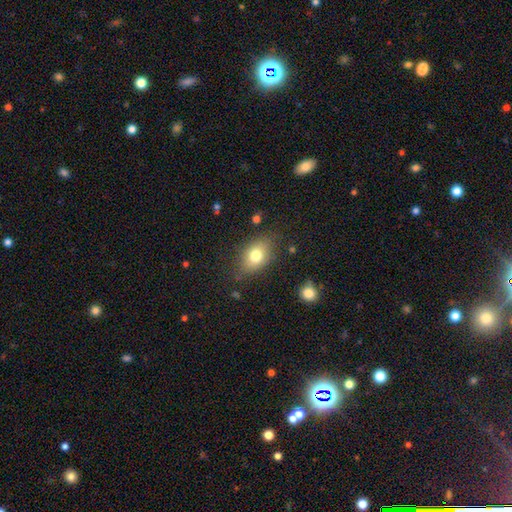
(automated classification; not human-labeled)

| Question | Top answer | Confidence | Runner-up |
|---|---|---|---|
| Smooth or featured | smooth | 76% | featured or disk (14%) |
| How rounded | in between | 81% | round (17%) |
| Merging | none | 77% | minor disturbance (16%) |